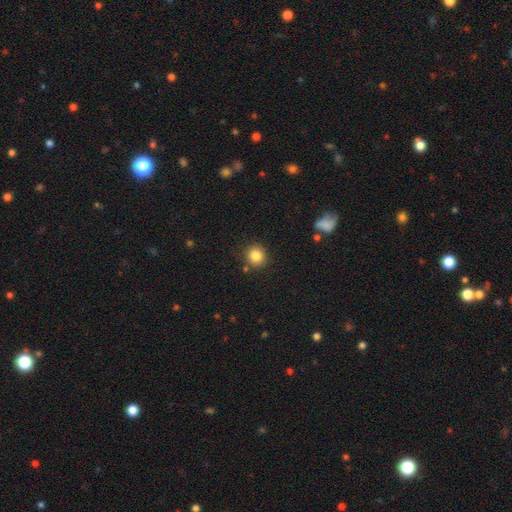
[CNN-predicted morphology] type=smooth (84%); roundness=round (90%); merging=none (87%).